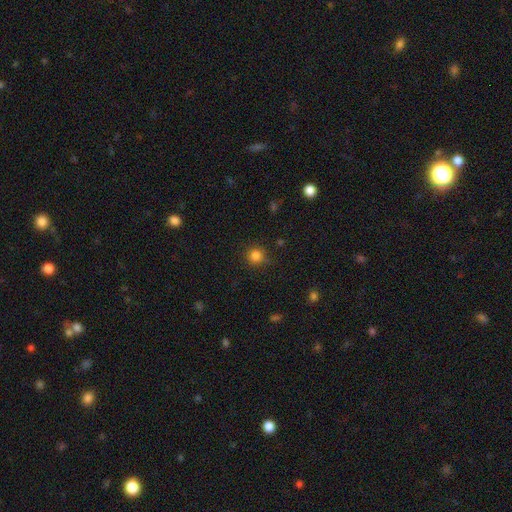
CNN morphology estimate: smooth 83%, star or artifact 13%, featured or disk 4%. Down the decision tree: how rounded — round (94%); merging — none (87%).